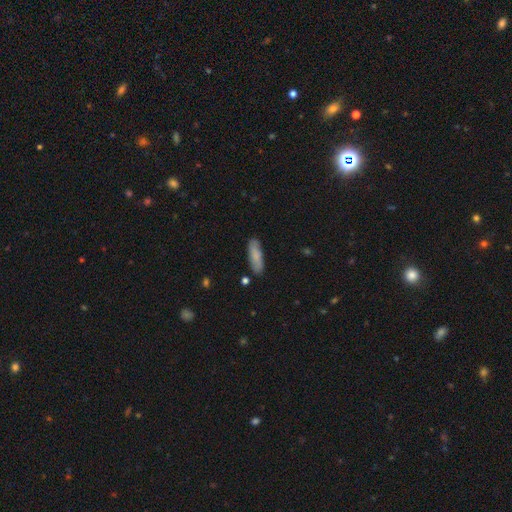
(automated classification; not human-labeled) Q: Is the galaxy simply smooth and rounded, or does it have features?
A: smooth — 80%.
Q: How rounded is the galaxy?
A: cigar-shaped — 52%.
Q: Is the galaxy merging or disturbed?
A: none — 84%.